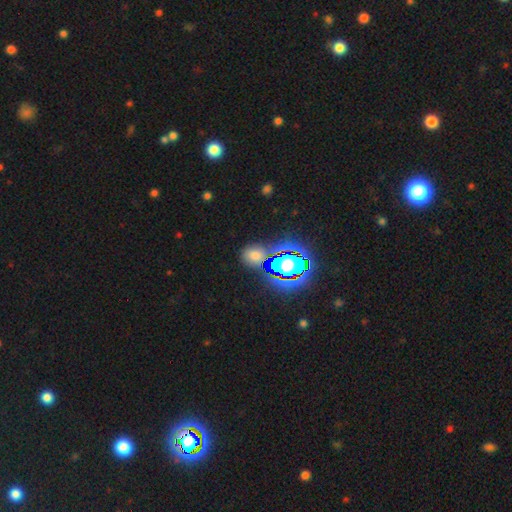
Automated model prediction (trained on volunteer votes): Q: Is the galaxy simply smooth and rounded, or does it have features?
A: smooth — 47%.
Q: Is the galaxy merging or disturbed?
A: none — 74%.